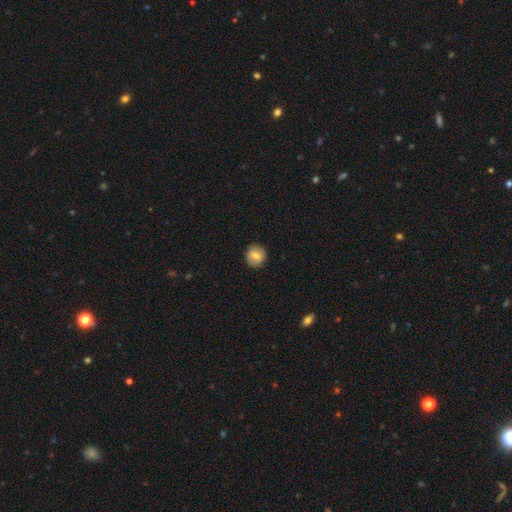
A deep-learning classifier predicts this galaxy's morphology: This is likely a smooth galaxy (72%). How rounded: clearly round (90%). Merging: clearly none (88%).